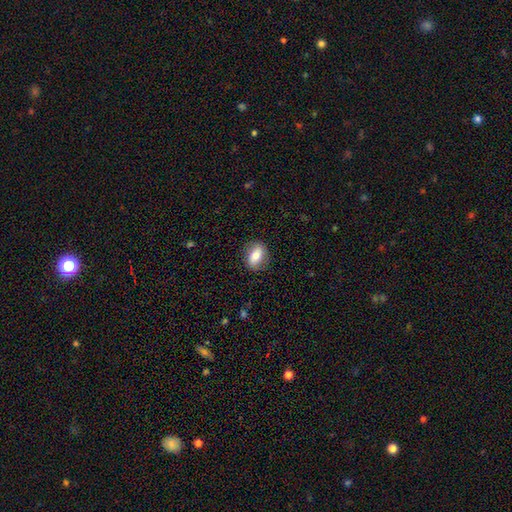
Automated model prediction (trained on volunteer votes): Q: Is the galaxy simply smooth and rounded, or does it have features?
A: smooth — 70%.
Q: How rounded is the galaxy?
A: in between — 77%.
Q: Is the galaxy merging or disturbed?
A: none — 84%.